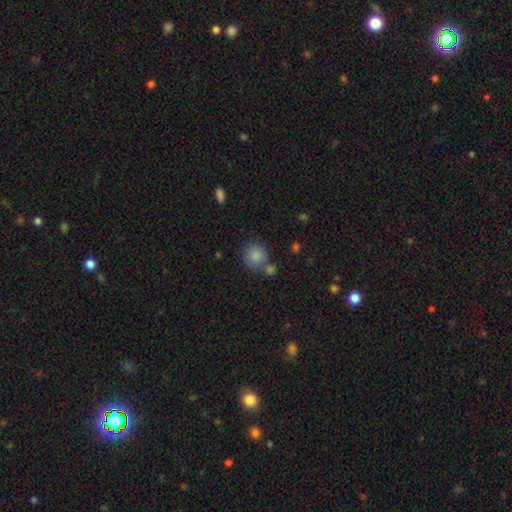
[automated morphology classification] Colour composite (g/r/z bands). It shows a smooth galaxy with no disk features (86%) that is round (86%). Merging: none (61%).